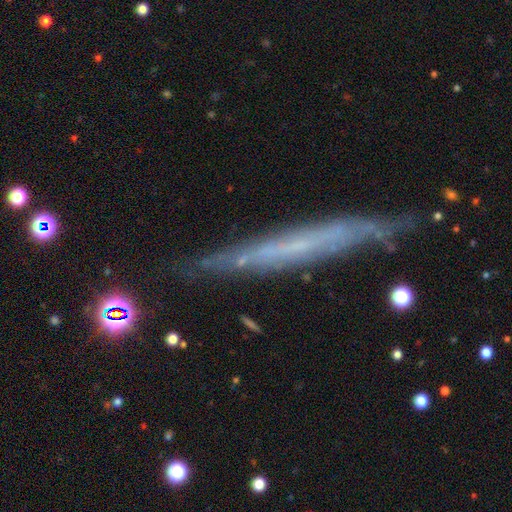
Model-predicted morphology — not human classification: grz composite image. It shows a featured or disk galaxy (56%) viewed edge-on (85%). Merging: none (78%).